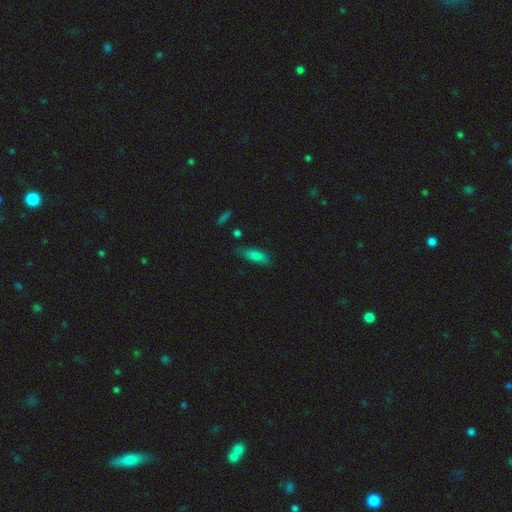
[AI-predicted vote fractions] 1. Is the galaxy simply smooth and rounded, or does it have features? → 82% smooth, 9% featured or disk, 9% star or artifact.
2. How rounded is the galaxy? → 60% in between, 38% cigar-shaped, 2% round.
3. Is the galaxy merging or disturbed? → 68% none, 24% minor disturbance, 5% major disturbance, 3% merger.